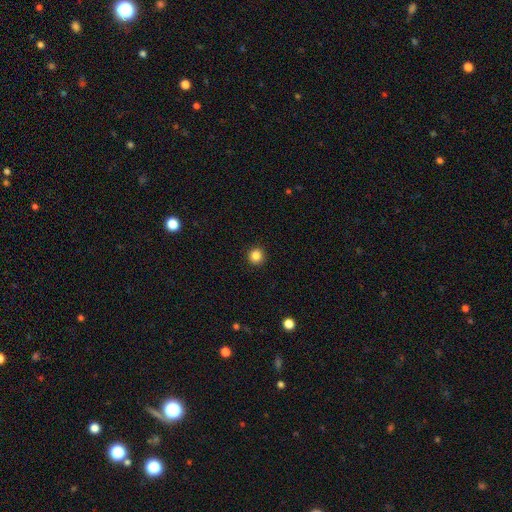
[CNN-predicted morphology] This appears to be a smooth galaxy with no disk features (85%) that is round (95%). Merging: none (93%).